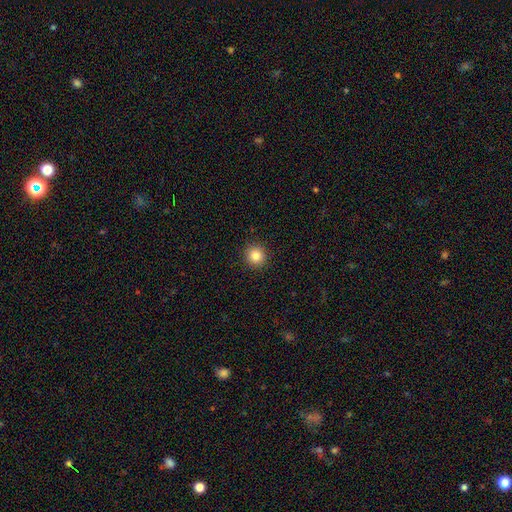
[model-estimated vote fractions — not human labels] Smooth or featured? smooth (84%)
How rounded? round (94%)
Merging? none (93%)